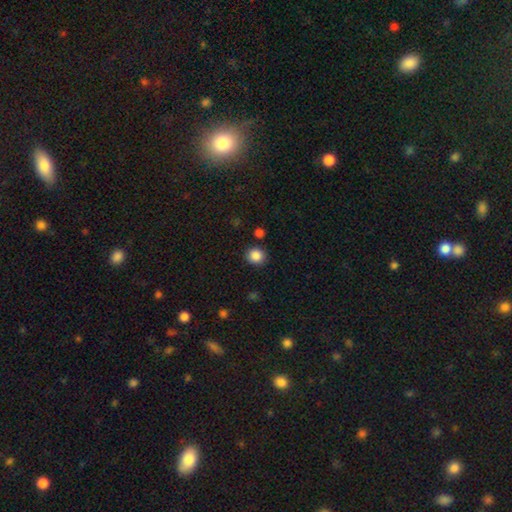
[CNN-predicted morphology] type=smooth (86%); roundness=round (87%); merging=none (88%).